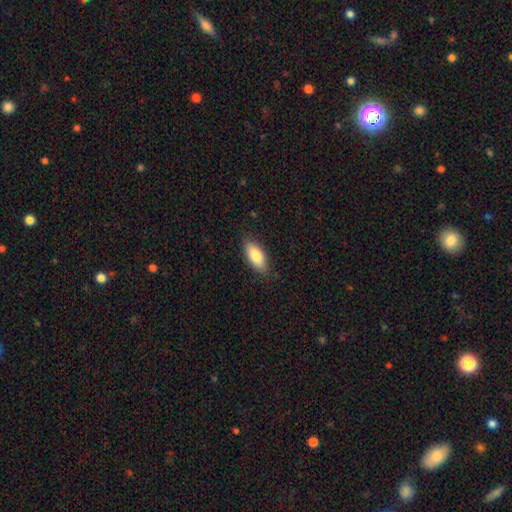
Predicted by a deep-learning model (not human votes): Morphology: type=smooth (81%); roundness=in between (83%); merging=none (84%).